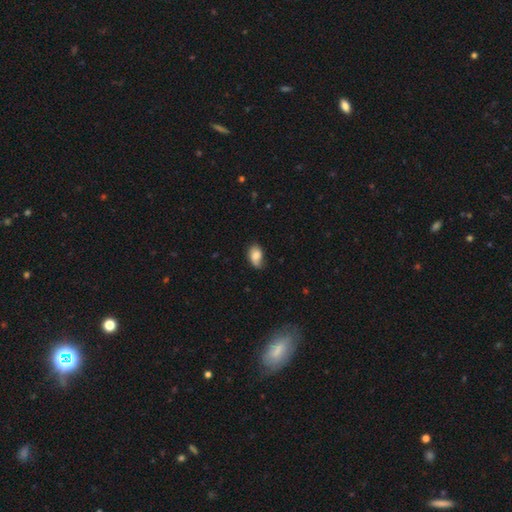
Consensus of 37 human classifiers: This is clearly a smooth galaxy (97%). How rounded: clearly in between (92%). Merging: likely none (67%).